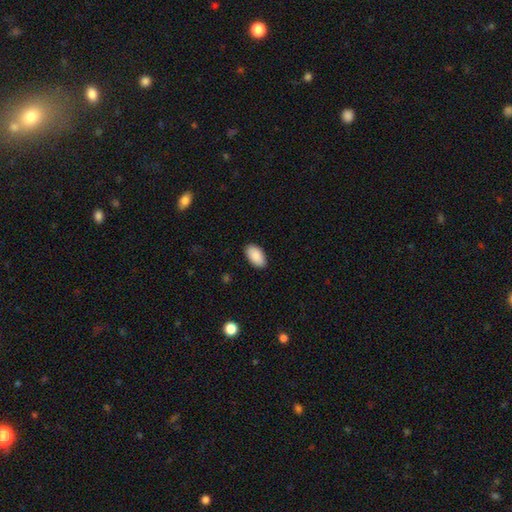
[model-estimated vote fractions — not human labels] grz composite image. It shows a smooth galaxy with no disk features (90%) that is in between round and cigar-shaped (96%). Merging: none (88%).